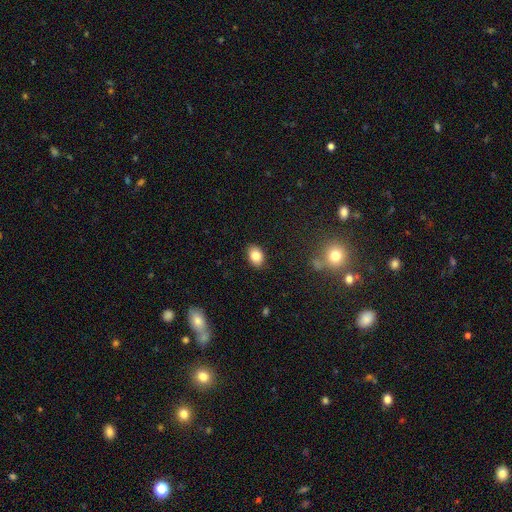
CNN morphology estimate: A smooth galaxy with no disk features (85%) that is in between round and cigar-shaped (81%). Merging: none (87%).